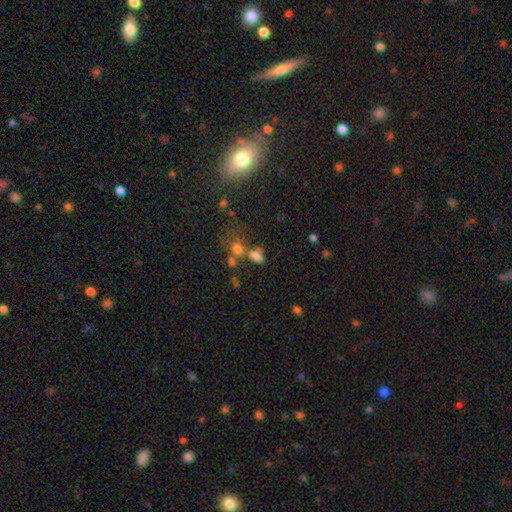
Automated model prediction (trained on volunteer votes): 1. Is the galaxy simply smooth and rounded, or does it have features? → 71% smooth, 18% star or artifact, 11% featured or disk.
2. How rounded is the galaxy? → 81% in between, 15% round, 5% cigar-shaped.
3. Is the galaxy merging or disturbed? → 44% none, 34% merger, 13% minor disturbance, 9% major disturbance.